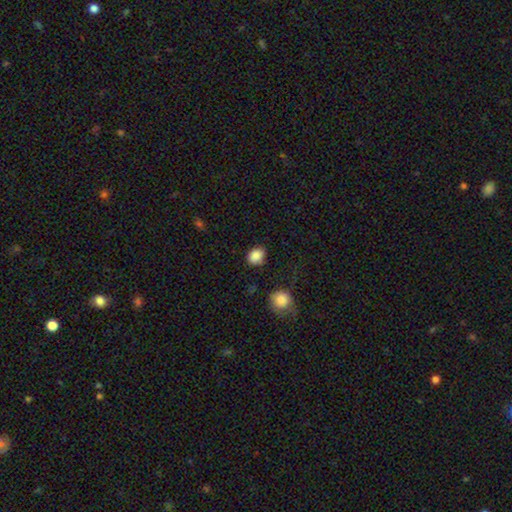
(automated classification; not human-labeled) smooth_or_featured: smooth (p=0.86) [alt: star or artifact p=0.09]
how_rounded: in between (p=0.52) [alt: round p=0.47]
merging: none (p=0.73) [alt: minor disturbance p=0.20]